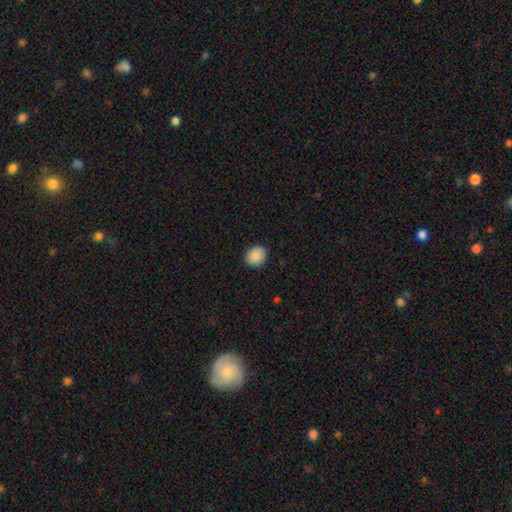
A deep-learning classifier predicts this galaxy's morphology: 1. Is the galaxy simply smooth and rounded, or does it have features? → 89% smooth, 8% star or artifact, 3% featured or disk.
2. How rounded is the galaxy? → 65% round, 34% in between, 1% cigar-shaped.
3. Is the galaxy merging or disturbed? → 88% none, 9% minor disturbance, 2% major disturbance, 1% merger.